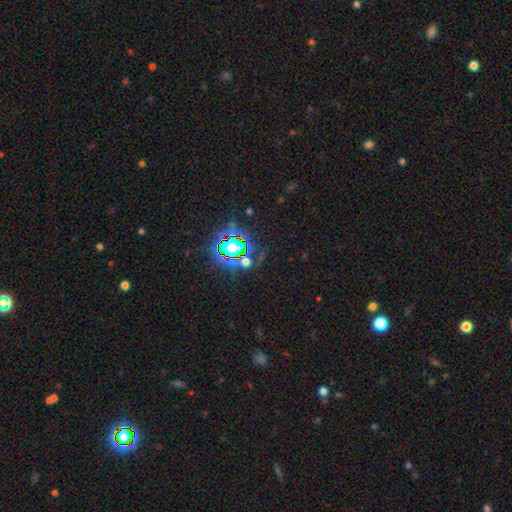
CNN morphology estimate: Smooth or featured?
  - star or artifact: 83% *
  - smooth: 11%
  - featured or disk: 7%